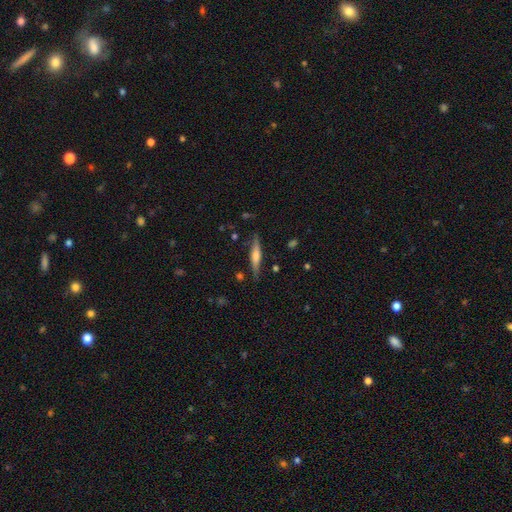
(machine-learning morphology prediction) Overall: featured or disk (56%; smooth 37%). Edge-on disk: yes (95%). Edge-on bulge: rounded (78%). Merging: none (84%).